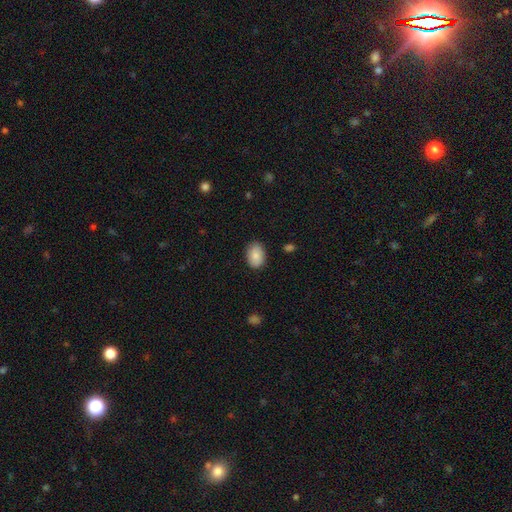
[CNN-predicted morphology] type=smooth (87%); roundness=in between (84%); merging=none (86%).